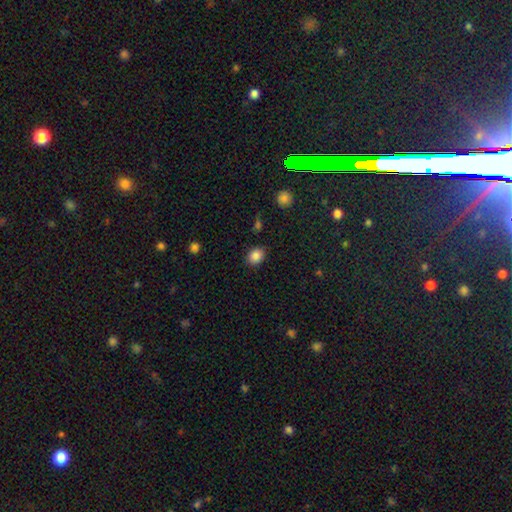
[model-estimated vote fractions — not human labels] Smooth or featured: smooth — 86% (star or artifact — 9%)
How rounded: in between — 52% (round — 48%)
Merging: none — 86% (minor disturbance — 10%)